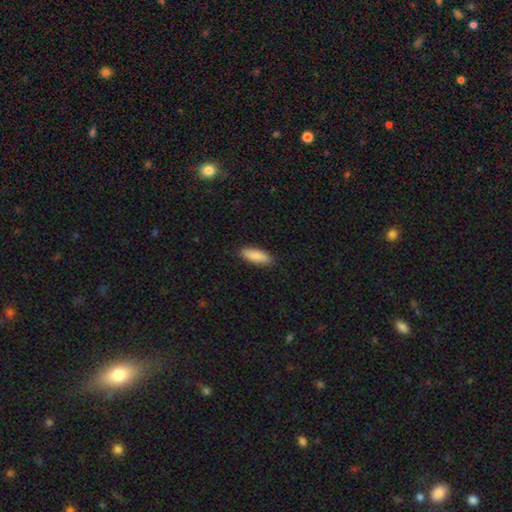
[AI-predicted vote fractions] This appears to be a smooth galaxy with no disk features (88%) that is in between round and cigar-shaped (62%). Merging: none (87%).